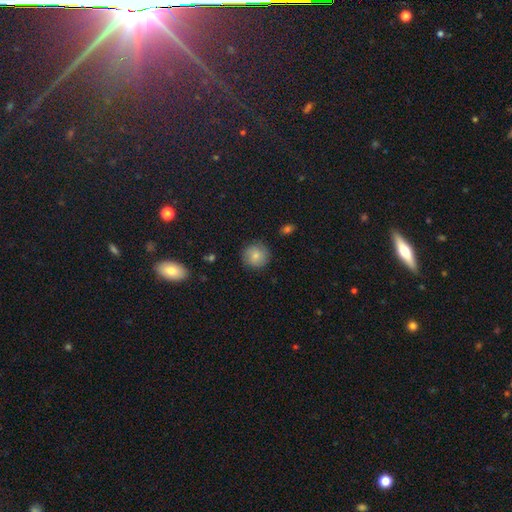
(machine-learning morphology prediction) smooth_or_featured: smooth (p=0.81) [alt: featured or disk p=0.10]
how_rounded: round (p=0.93) [alt: in between p=0.06]
merging: none (p=0.86) [alt: minor disturbance p=0.10]